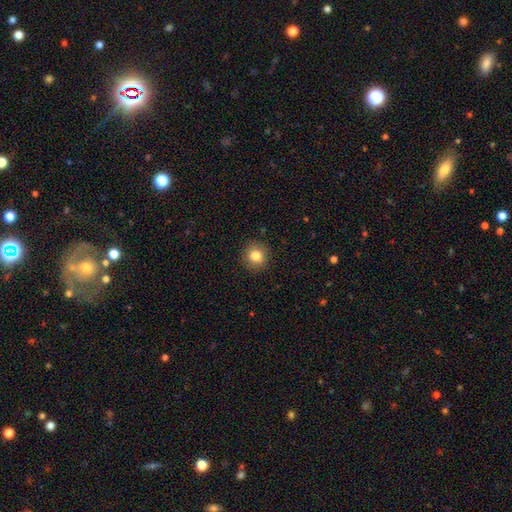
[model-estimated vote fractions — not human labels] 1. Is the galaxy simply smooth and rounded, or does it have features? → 82% smooth, 10% star or artifact, 8% featured or disk.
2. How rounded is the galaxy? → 88% round, 11% in between, 1% cigar-shaped.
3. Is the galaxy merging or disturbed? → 90% none, 7% minor disturbance, 2% major disturbance, 1% merger.